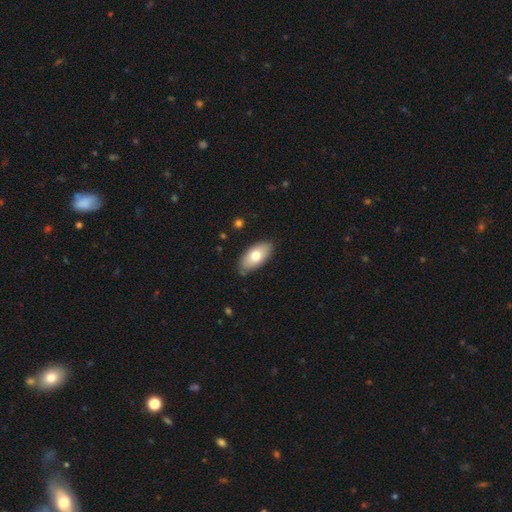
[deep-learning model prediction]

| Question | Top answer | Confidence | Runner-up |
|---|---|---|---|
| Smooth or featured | smooth | 72% | featured or disk (22%) |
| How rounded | in between | 92% | cigar-shaped (5%) |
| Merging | none | 83% | minor disturbance (13%) |